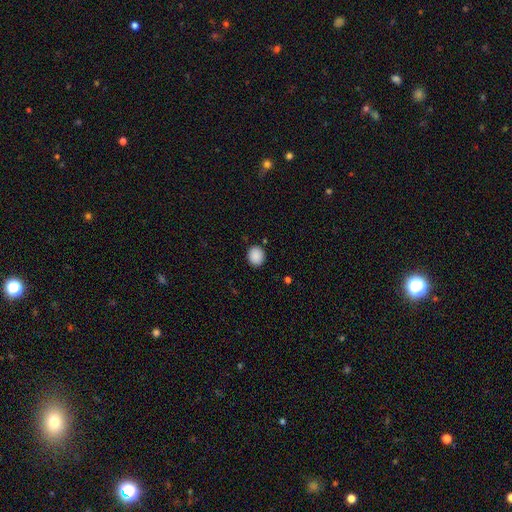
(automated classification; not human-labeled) This is clearly a smooth galaxy (89%). How rounded: likely round (75%). Merging: clearly none (89%).